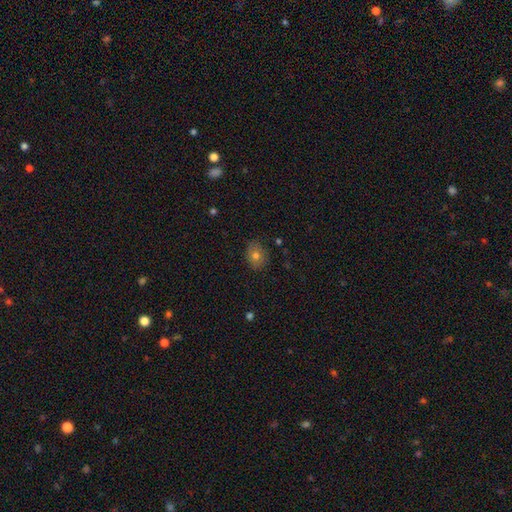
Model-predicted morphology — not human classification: Smooth or featured: smooth — 75% (featured or disk — 13%)
How rounded: round — 50% (in between — 49%)
Merging: none — 83% (minor disturbance — 14%)